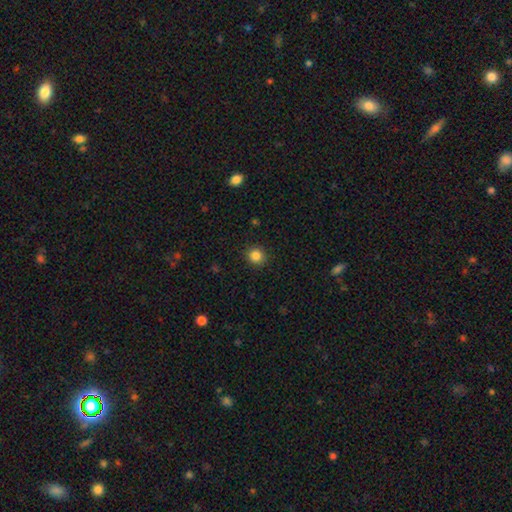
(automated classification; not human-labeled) A smooth galaxy with no disk features (85%) that is round (92%). Merging: none (91%).